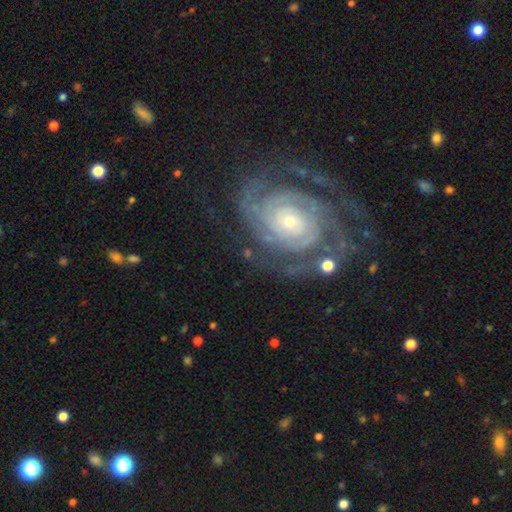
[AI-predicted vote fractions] The model was most divided on "spiral arm count": 2: 39%, can't tell: 21%, 3: 18%, 4: 9%, more than 4: 7%, 1: 6%. More confident: spiral arms — yes (97%); edge-on disk — no (97%); smooth or featured — featured or disk (88%); spiral winding — tight (74%); merging — none (74%); bar — no (71%); bulge size — small (55%).